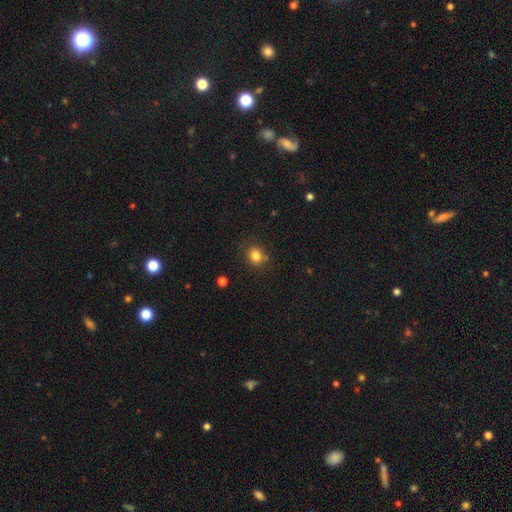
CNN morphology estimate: A smooth galaxy with no disk features (82%) that is round (75%).

Vote fractions:
- Smooth or featured? smooth: 82% / star or artifact: 12% / featured or disk: 6%
- How rounded? round: 75% / in between: 24% / cigar-shaped: 1%
- Merging? none: 79% / minor disturbance: 13% / merger: 5% / major disturbance: 3%